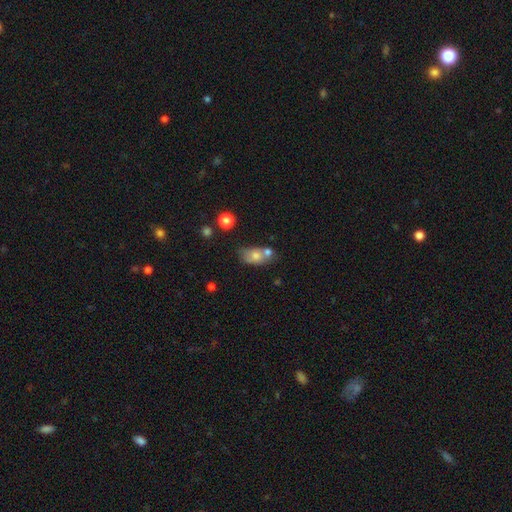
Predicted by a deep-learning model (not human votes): Smooth or featured? Predicted: smooth (p=0.70). How rounded? Predicted: in between (p=0.79). Merging? Predicted: none (p=0.38).